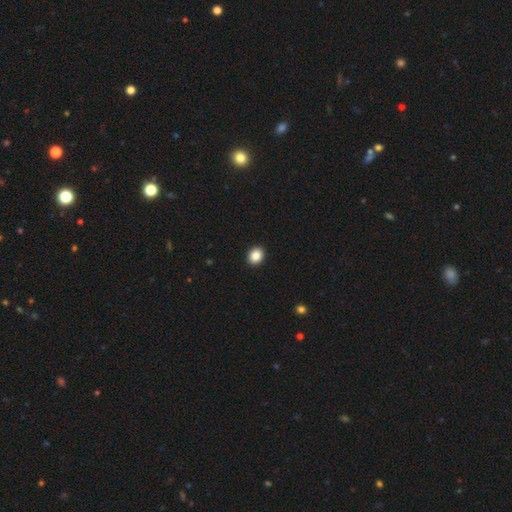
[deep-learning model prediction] smooth-or-featured: smooth: 87% | star or artifact: 9% | featured or disk: 4%
  how-rounded: round: 64% | in between: 36% | cigar-shaped: 1%
  merging: none: 93% | minor disturbance: 5% | major disturbance: 1% | merger: 1%